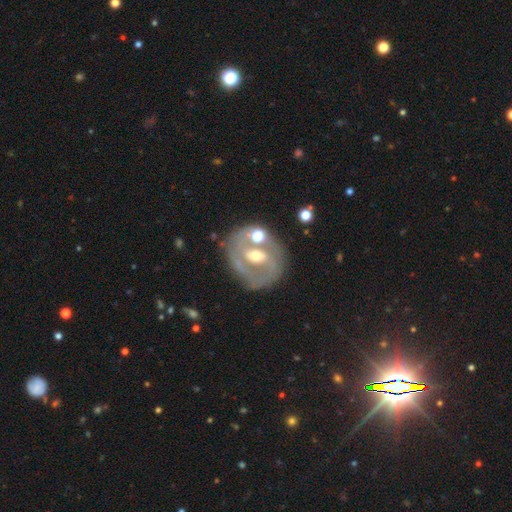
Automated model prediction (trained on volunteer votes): The model was most divided on "bar": weak: 38%, no: 37%, strong: 25%. More confident: edge-on disk — no (95%); smooth or featured — featured or disk (71%); bulge size — moderate (65%); merging — none (64%); spiral arms — no (53%).